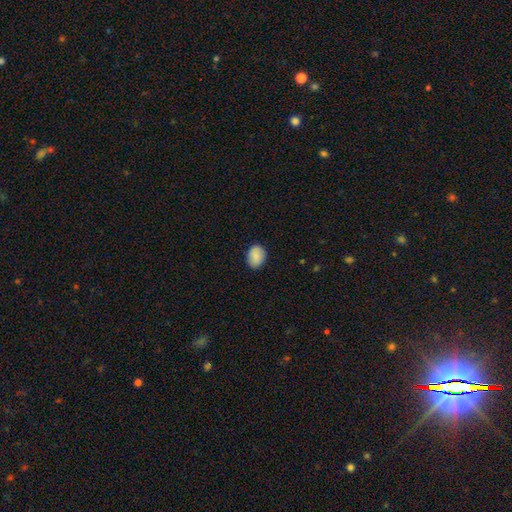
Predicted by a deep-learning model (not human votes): smooth_or_featured: smooth (p=0.88) [alt: star or artifact p=0.07]
how_rounded: in between (p=0.63) [alt: round p=0.36]
merging: none (p=0.87) [alt: minor disturbance p=0.10]